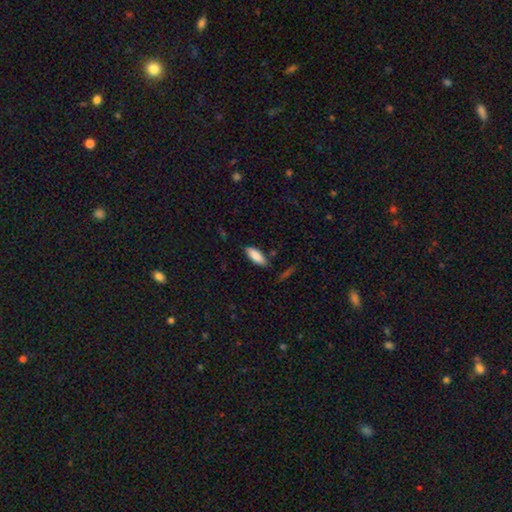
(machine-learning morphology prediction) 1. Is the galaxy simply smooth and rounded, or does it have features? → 86% smooth, 8% featured or disk, 6% star or artifact.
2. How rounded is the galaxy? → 76% in between, 22% cigar-shaped, 2% round.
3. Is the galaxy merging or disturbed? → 81% none, 14% minor disturbance, 3% merger, 3% major disturbance.